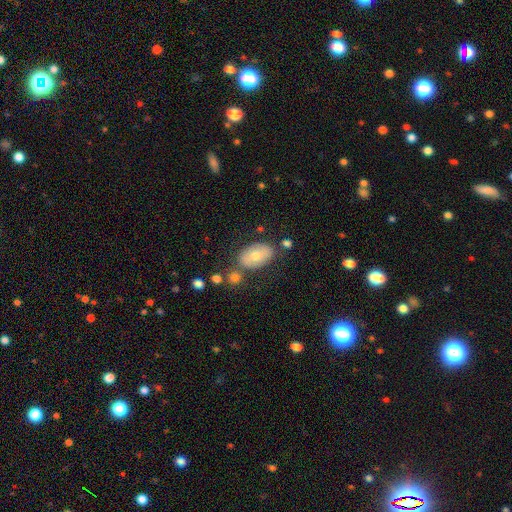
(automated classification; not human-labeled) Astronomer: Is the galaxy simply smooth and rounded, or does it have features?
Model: smooth — 64%.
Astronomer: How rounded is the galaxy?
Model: in between — 90%.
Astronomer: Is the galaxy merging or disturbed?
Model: none — 71%.